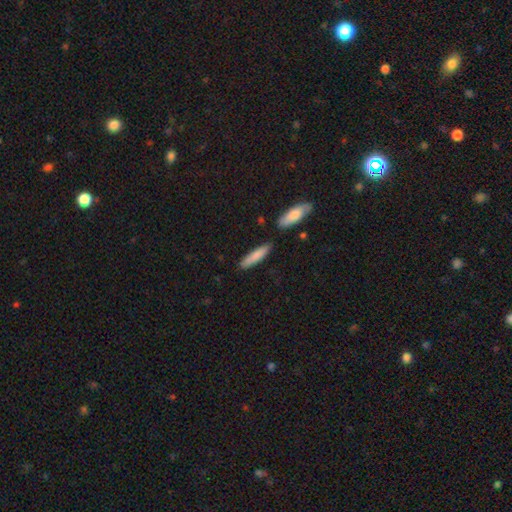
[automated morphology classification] A smooth galaxy with no disk features (82%) that is cigar-shaped (79%). Merging: none (80%).